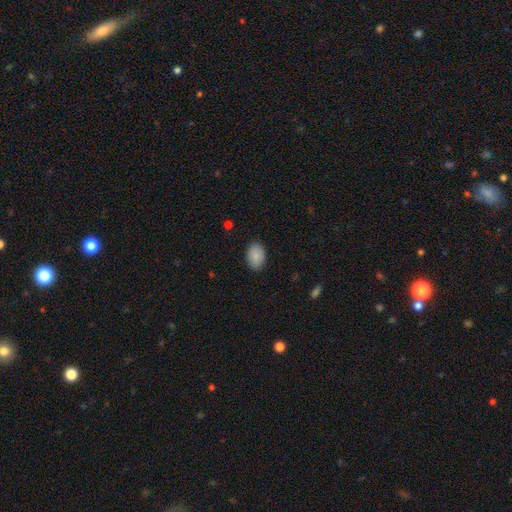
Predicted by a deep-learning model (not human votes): Smooth or featured?
  - smooth: 88% *
  - star or artifact: 7%
  - featured or disk: 5%
How rounded?
  - in between: 86% *
  - round: 13%
  - cigar-shaped: 1%
Merging?
  - none: 87% *
  - minor disturbance: 10%
  - major disturbance: 2%
  - merger: 1%